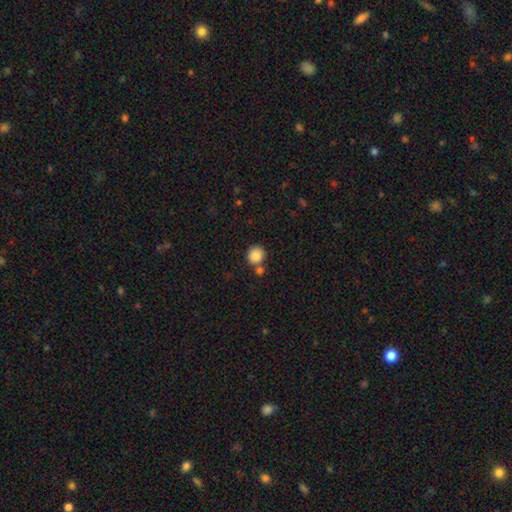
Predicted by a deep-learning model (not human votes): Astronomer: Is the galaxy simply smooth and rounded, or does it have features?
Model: smooth — 87%.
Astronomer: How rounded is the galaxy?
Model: round — 89%.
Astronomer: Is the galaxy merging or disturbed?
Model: none — 68%.